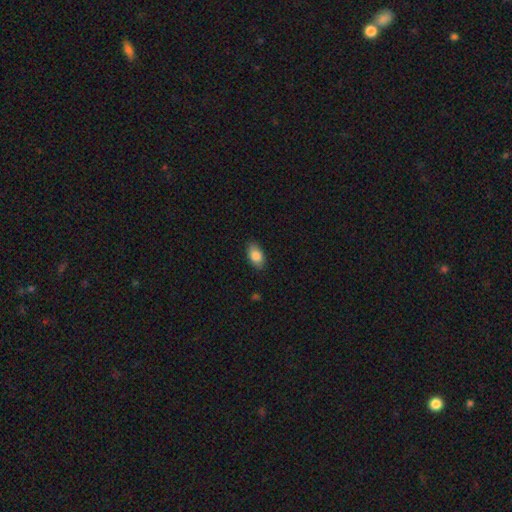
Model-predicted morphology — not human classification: This appears to be a smooth galaxy with no disk features (85%) that is in between round and cigar-shaped (91%). Merging: none (86%).